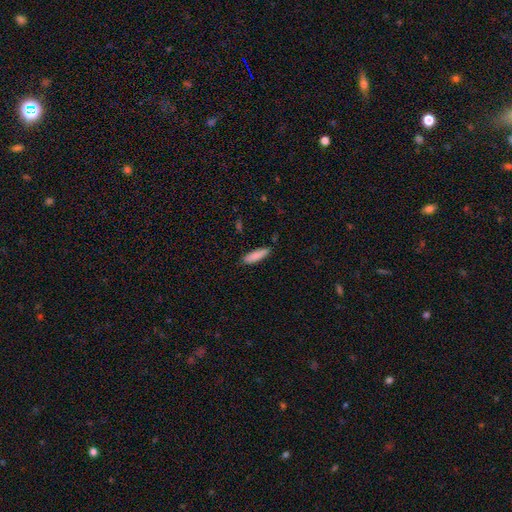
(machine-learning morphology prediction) smooth 86%, featured or disk 8%, star or artifact 6%. Down the decision tree: how rounded — cigar-shaped (62%); merging — none (85%).